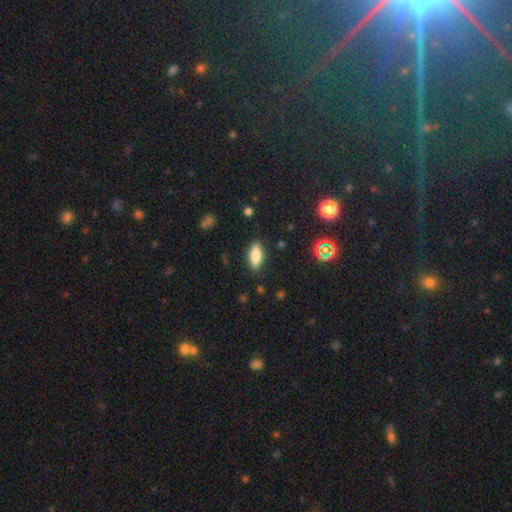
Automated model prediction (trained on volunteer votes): smooth-or-featured: smooth: 79% | featured or disk: 12% | star or artifact: 8%
  how-rounded: in between: 75% | cigar-shaped: 22% | round: 3%
  merging: none: 86% | minor disturbance: 10% | major disturbance: 2% | merger: 1%